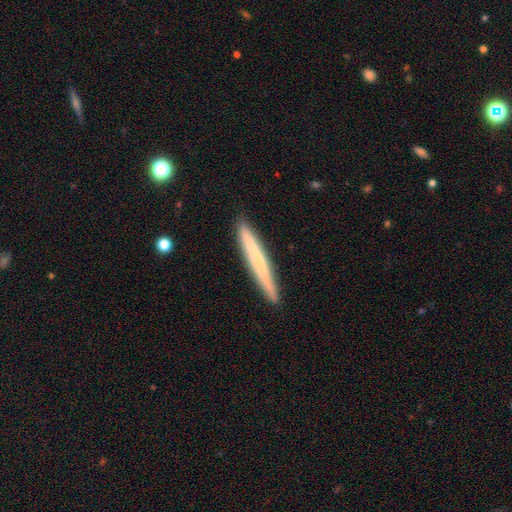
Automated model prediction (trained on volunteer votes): Smooth or featured? smooth (59%)
How rounded? cigar-shaped (97%)
Merging? none (89%)